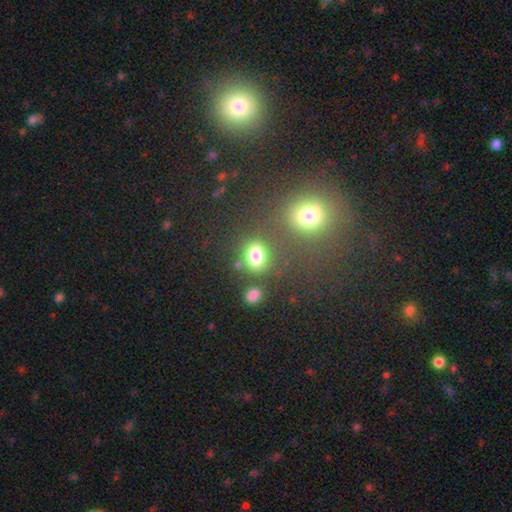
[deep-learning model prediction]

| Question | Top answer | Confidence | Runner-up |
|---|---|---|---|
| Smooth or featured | smooth | 78% | star or artifact (14%) |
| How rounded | in between | 59% | round (39%) |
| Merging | none | 66% | merger (14%) |